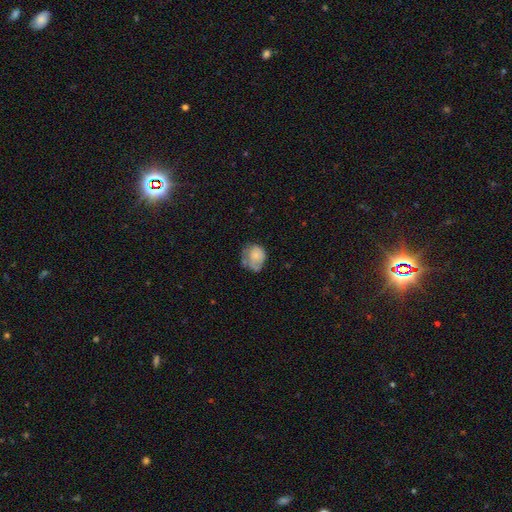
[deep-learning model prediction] Smooth or featured? smooth (66%)
How rounded? round (65%)
Merging? none (39%)